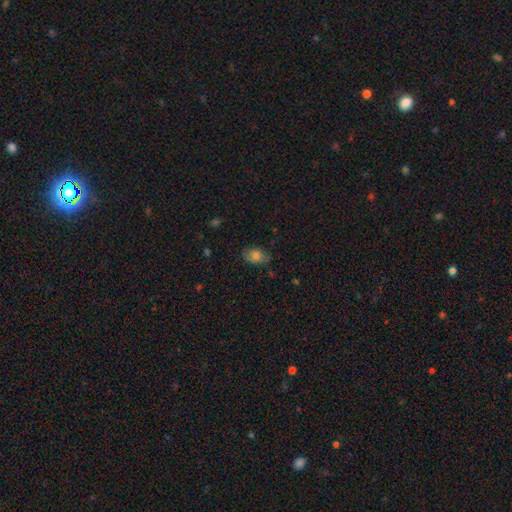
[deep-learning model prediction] smooth_or_featured: smooth (p=0.75) [alt: featured or disk p=0.15]
how_rounded: in between (p=0.85) [alt: round p=0.14]
merging: none (p=0.75) [alt: minor disturbance p=0.20]